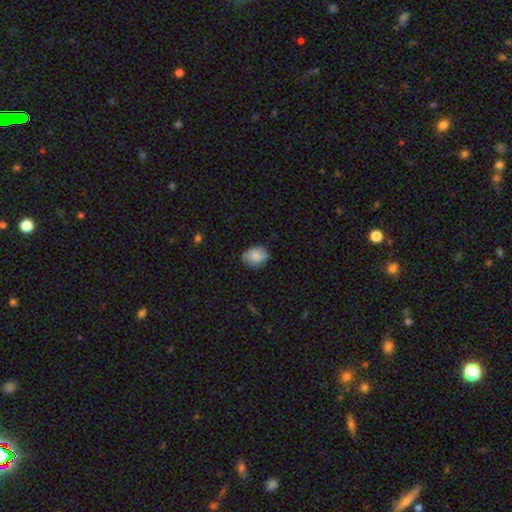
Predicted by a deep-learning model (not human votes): smooth_or_featured: smooth (p=0.81) [alt: featured or disk p=0.12]
how_rounded: in between (p=0.63) [alt: round p=0.36]
merging: none (p=0.75) [alt: minor disturbance p=0.20]